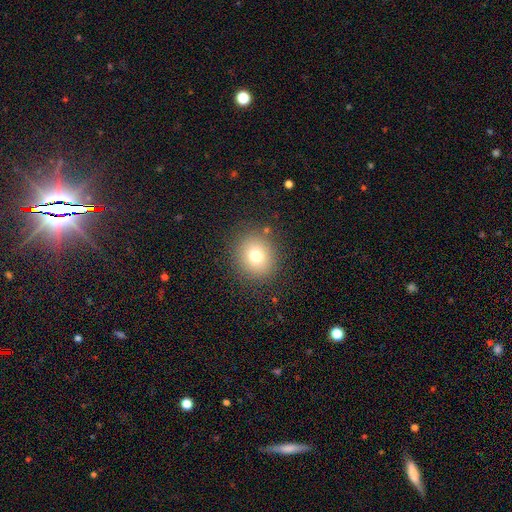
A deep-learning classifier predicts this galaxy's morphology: type=smooth (76%); roundness=round (79%); merging=none (86%).